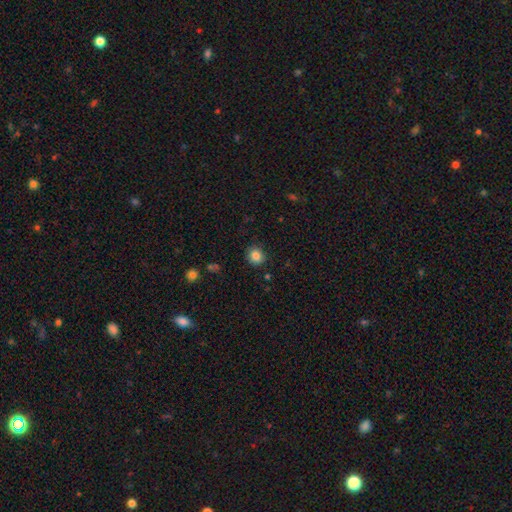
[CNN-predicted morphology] smooth 84%, star or artifact 10%, featured or disk 5%. Down the decision tree: how rounded — round (86%); merging — none (87%).